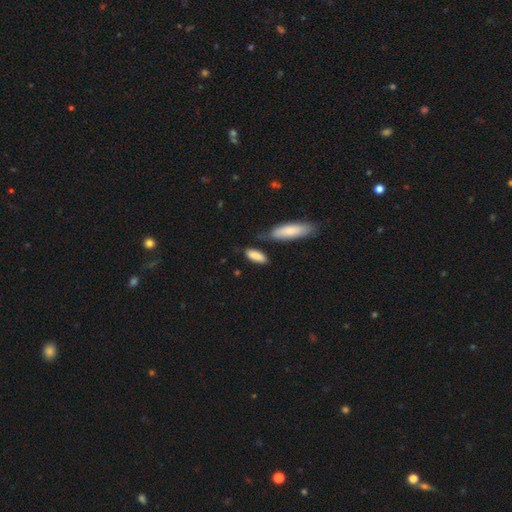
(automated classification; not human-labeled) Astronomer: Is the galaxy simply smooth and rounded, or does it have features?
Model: smooth — 86%.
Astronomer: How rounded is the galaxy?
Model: in between — 67%.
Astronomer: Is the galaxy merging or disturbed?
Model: none — 69%.